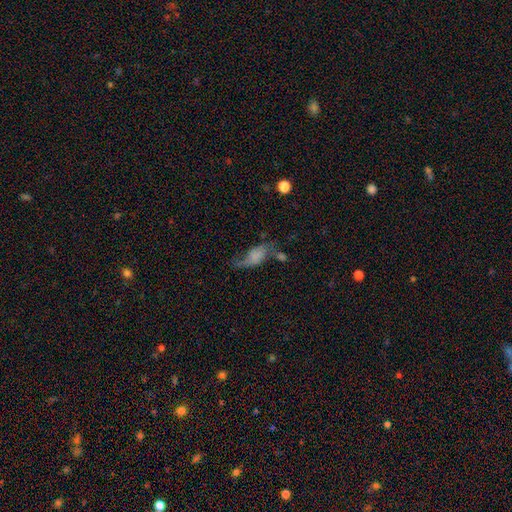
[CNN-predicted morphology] Overall: smooth (48%; featured or disk 40%). Merging: none (31%; major disturbance 30%).